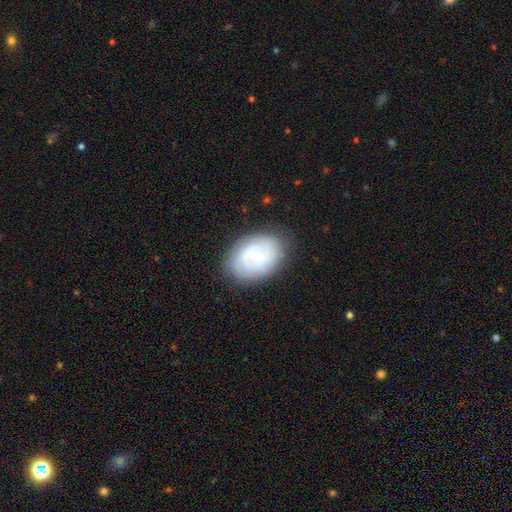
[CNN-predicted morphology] Overall: featured or disk (52%; smooth 41%). Edge-on disk: no (96%). Merging: none (80%).